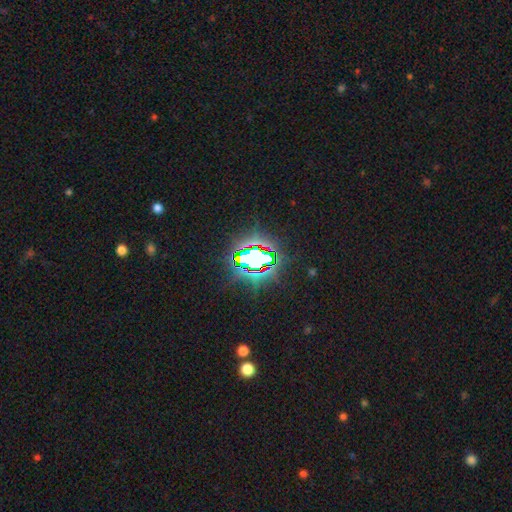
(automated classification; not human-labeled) Smooth or featured?
  - star or artifact: 76% *
  - smooth: 14%
  - featured or disk: 11%